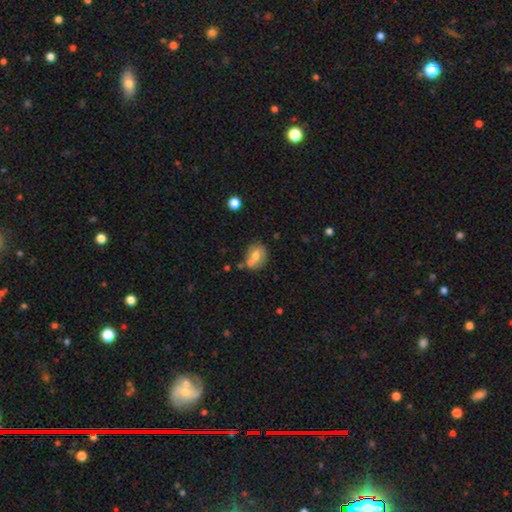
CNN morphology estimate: Smooth or featured? Predicted: smooth (p=0.62). How rounded? Predicted: round (p=0.51). Merging? Predicted: none (p=0.48).